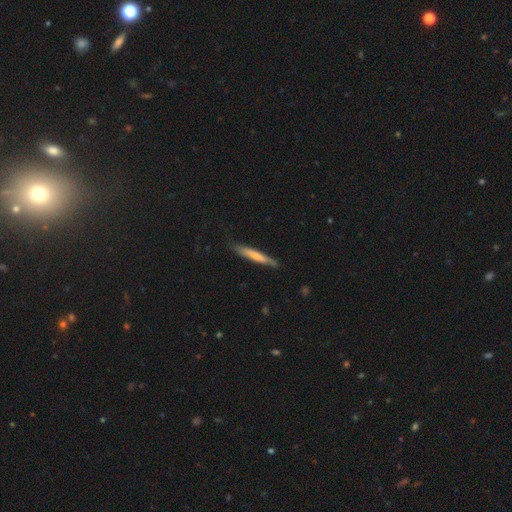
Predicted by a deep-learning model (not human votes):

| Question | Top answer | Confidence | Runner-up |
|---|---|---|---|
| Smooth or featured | smooth | 63% | featured or disk (32%) |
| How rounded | cigar-shaped | 93% | in between (6%) |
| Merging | none | 79% | minor disturbance (16%) |